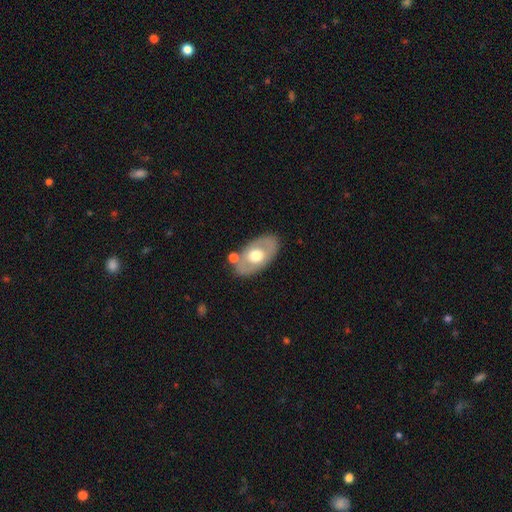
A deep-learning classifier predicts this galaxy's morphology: Overall: smooth (49%; featured or disk 45%). Merging: none (73%).